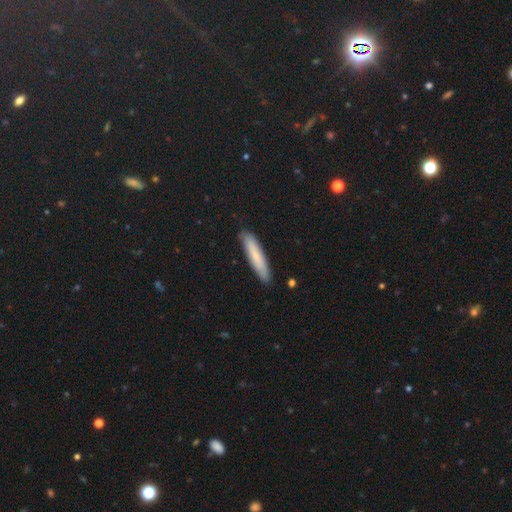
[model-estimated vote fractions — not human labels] Smooth or featured? smooth (72%)
How rounded? cigar-shaped (87%)
Merging? none (88%)